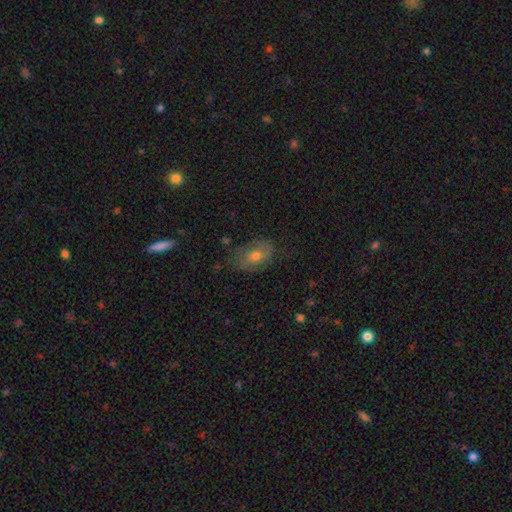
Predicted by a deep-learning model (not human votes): Smooth or featured? featured or disk (48%)
Merging? none (72%)